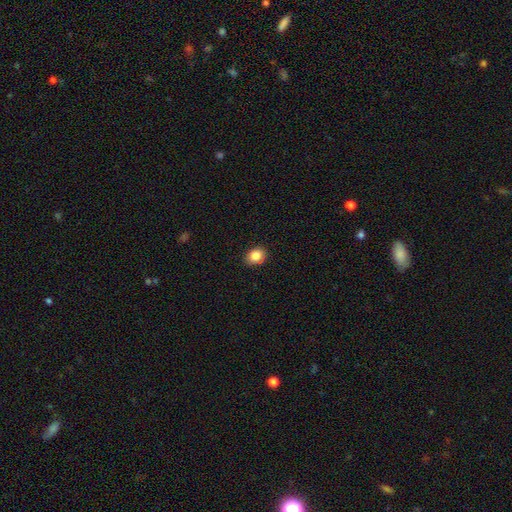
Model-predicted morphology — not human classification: Q: Smooth or featured?
A: smooth (85%); runner-up: star or artifact (9%)
Q: How rounded?
A: round (51%); runner-up: in between (48%)
Q: Merging?
A: none (87%); runner-up: minor disturbance (10%)